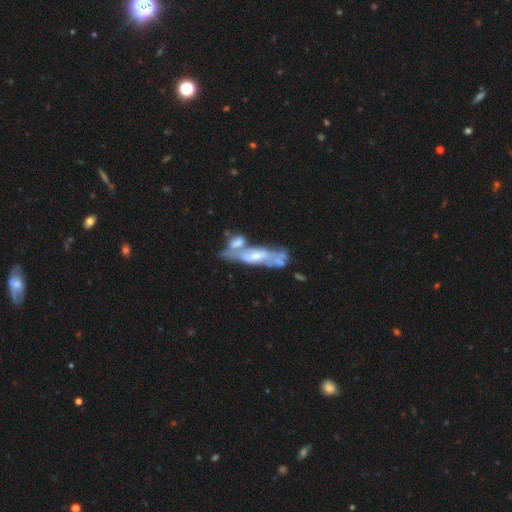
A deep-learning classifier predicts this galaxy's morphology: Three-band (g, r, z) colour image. It shows a featured or disk galaxy (68%) with no bar (63%), spiral arms (51%) and a small central bulge (44%). Merging: merger (52%).